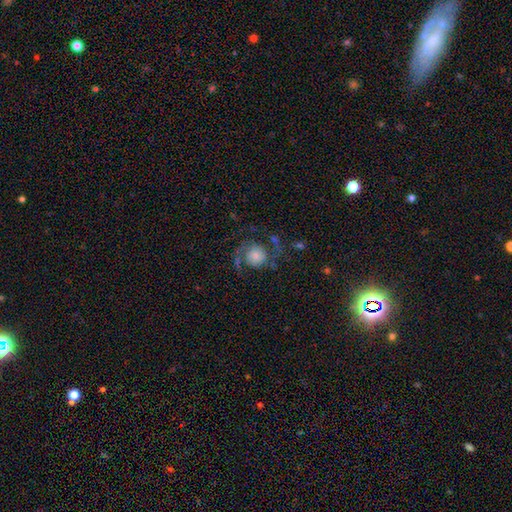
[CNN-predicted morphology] smooth-or-featured: featured or disk: 69% | smooth: 22% | star or artifact: 8%
  disk-edge-on: no: 98% | yes: 2%
    bar: no: 75% | weak: 21% | strong: 4%
    has-spiral-arms: yes: 94% | no: 6%
      spiral-winding: medium: 43% | loose: 41% | tight: 15%
      spiral-arm-count: 2: 90% | 1: 4% | can't tell: 3% | 3: 2% | 4: 1% | more than 4: 1%
    bulge-size: small: 28% | moderate: 27% | large: 23% | none: 12% | dominant: 10%
  merging: none: 64% | minor disturbance: 16% | major disturbance: 16% | merger: 3%